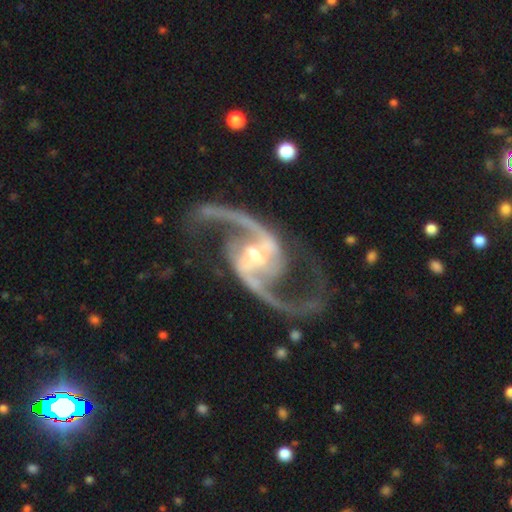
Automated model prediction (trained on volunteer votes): smooth-or-featured: featured or disk: 94% | star or artifact: 4% | smooth: 2%
  disk-edge-on: no: 98% | yes: 2%
    bar: strong: 47% | weak: 40% | no: 14%
    has-spiral-arms: yes: 98% | no: 2%
      spiral-winding: loose: 57% | medium: 36% | tight: 7%
      spiral-arm-count: 2: 95% | can't tell: 1% | 1: 1% | 3: 1% | 4: 1% | more than 4: 1%
    bulge-size: moderate: 52% | small: 39% | large: 5% | none: 3% | dominant: 1%
  merging: none: 74% | minor disturbance: 13% | major disturbance: 10% | merger: 3%